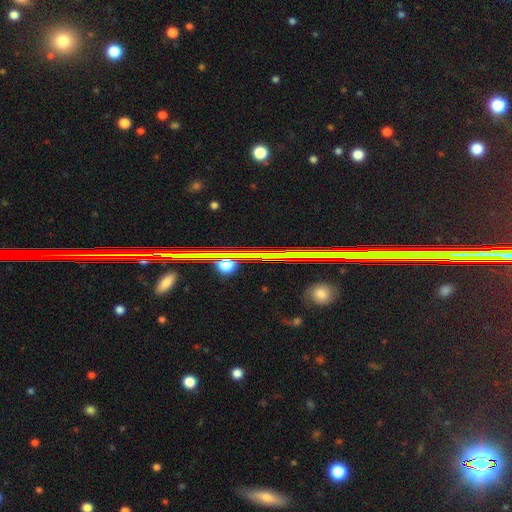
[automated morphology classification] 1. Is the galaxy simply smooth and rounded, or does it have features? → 79% star or artifact, 12% featured or disk, 9% smooth.